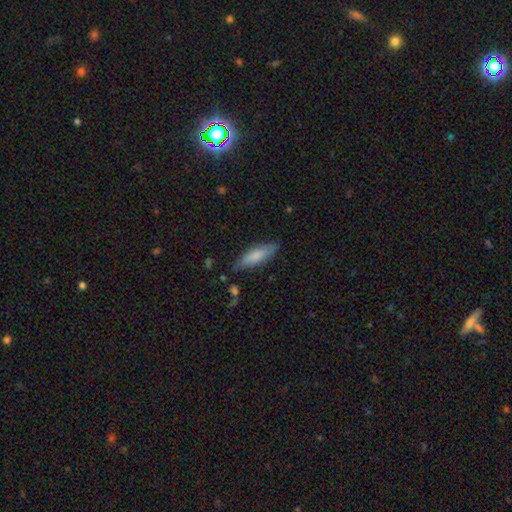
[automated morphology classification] A smooth galaxy with no disk features (76%) that is cigar-shaped (56%).

Vote fractions:
- Smooth or featured? smooth: 76% / featured or disk: 18% / star or artifact: 6%
- How rounded? cigar-shaped: 56% / in between: 42% / round: 2%
- Merging? none: 79% / minor disturbance: 16% / major disturbance: 3% / merger: 2%